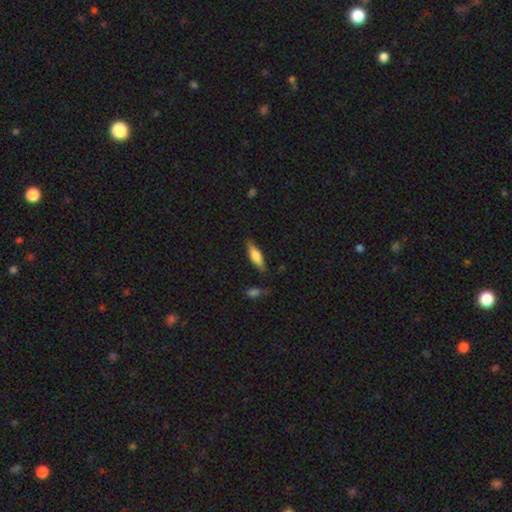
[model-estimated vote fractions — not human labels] Smooth or featured? Predicted: smooth (p=0.64). How rounded? Predicted: cigar-shaped (p=0.52). Merging? Predicted: none (p=0.77).